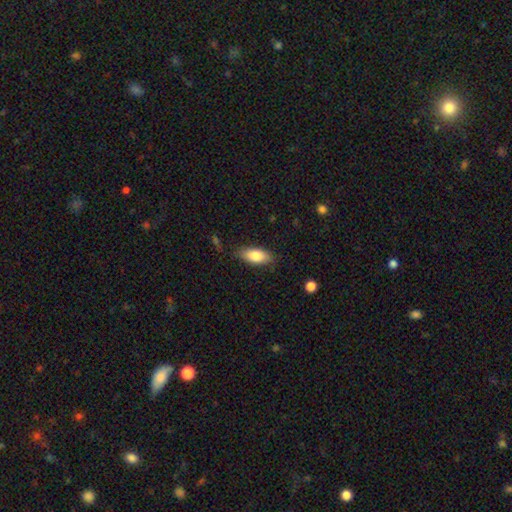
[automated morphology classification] smooth-or-featured: smooth: 81% | featured or disk: 12% | star or artifact: 6%
  how-rounded: in between: 86% | cigar-shaped: 11% | round: 3%
  merging: none: 79% | minor disturbance: 16% | major disturbance: 3% | merger: 1%